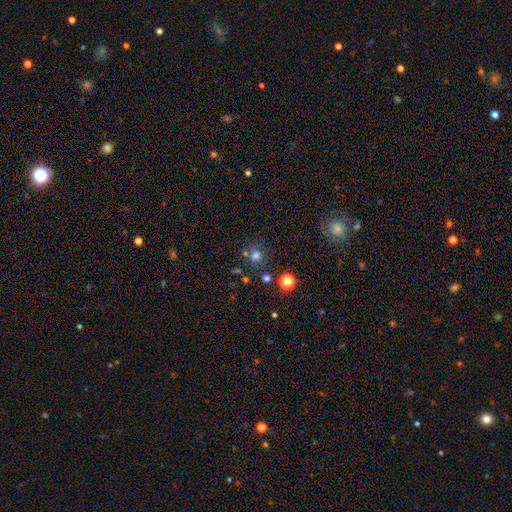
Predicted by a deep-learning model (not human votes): smooth_or_featured: smooth (p=0.71) [alt: star or artifact p=0.21]
how_rounded: round (p=0.88) [alt: in between p=0.11]
merging: none (p=0.73) [alt: merger p=0.12]